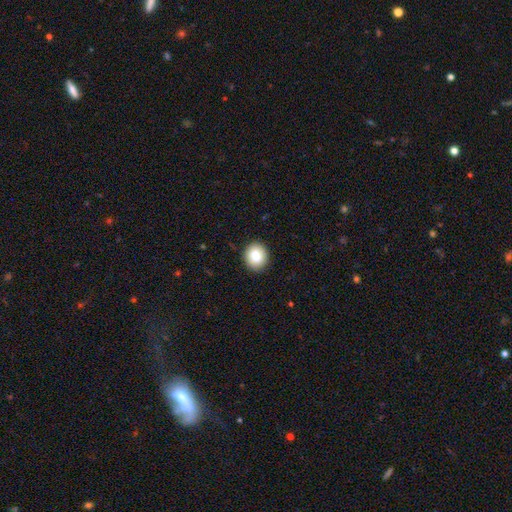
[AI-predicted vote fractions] Smooth or featured? Predicted: smooth (p=0.82). How rounded? Predicted: round (p=0.76). Merging? Predicted: none (p=0.90).